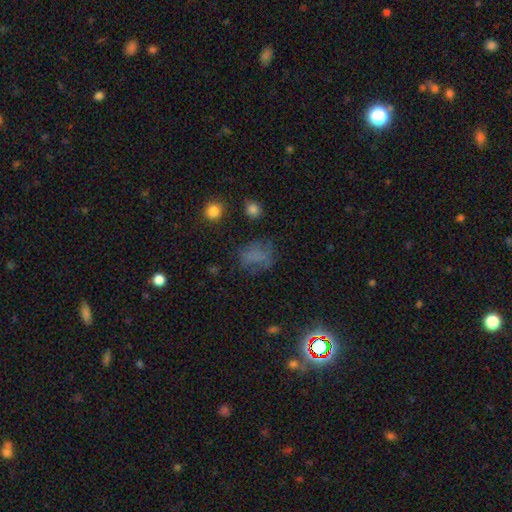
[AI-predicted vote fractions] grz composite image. It shows a smooth galaxy with no disk features (56%) that is in between round and cigar-shaped (57%). Merging: none (53%).